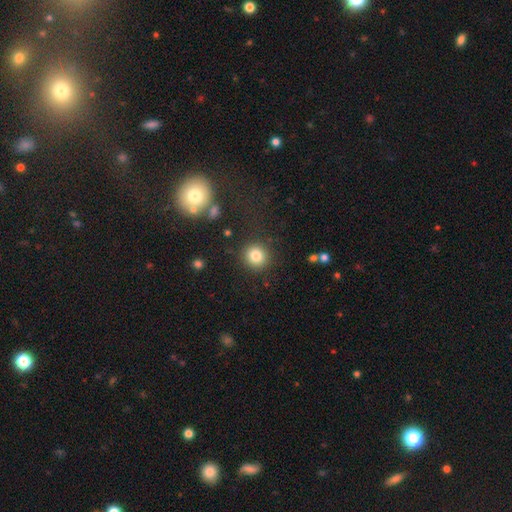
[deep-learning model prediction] Smooth or featured? Predicted: smooth (p=0.82). How rounded? Predicted: round (p=0.91). Merging? Predicted: none (p=0.89).